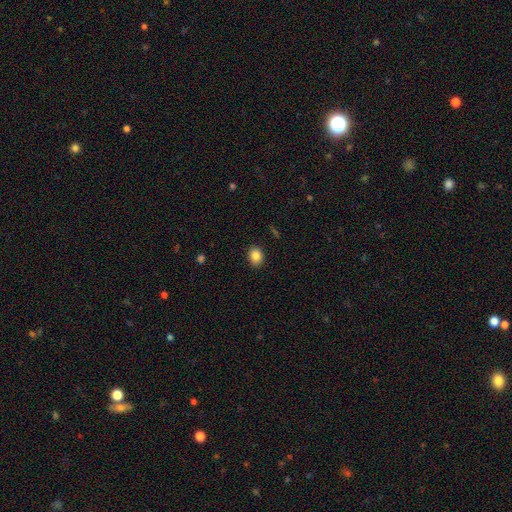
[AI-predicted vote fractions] Smooth or featured?
  - smooth: 86% *
  - star or artifact: 9%
  - featured or disk: 5%
How rounded?
  - in between: 56% *
  - round: 43%
  - cigar-shaped: 1%
Merging?
  - none: 89% *
  - minor disturbance: 8%
  - major disturbance: 2%
  - merger: 1%